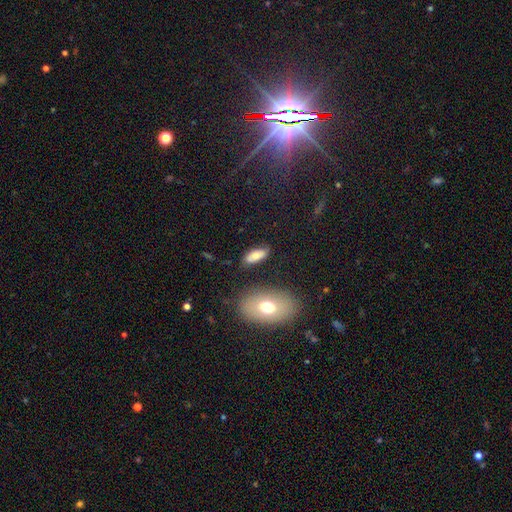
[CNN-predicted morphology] smooth_or_featured: smooth (p=0.69) [alt: featured or disk p=0.23]
how_rounded: in between (p=0.80) [alt: cigar-shaped p=0.17]
merging: none (p=0.78) [alt: minor disturbance p=0.14]